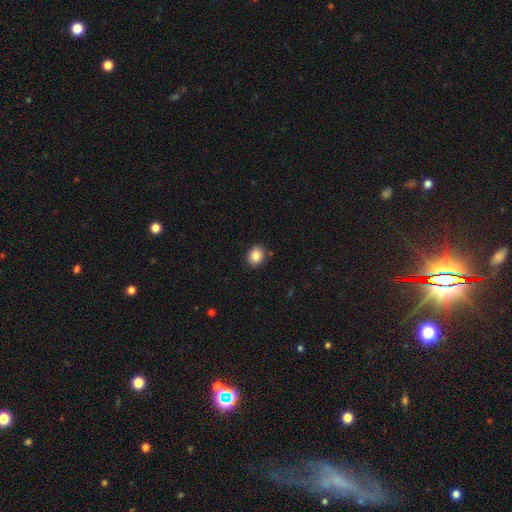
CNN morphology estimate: Overall: smooth (85%). How rounded: round (60%; in between 40%). Merging: none (87%).